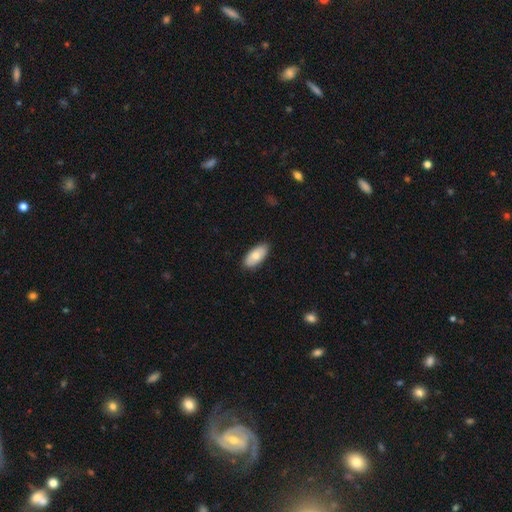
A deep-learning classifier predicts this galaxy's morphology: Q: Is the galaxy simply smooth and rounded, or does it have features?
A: smooth — 75%.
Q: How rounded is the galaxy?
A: in between — 92%.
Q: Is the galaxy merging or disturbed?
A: none — 86%.